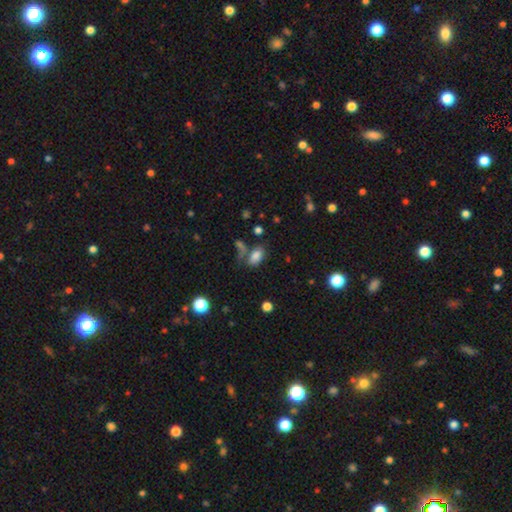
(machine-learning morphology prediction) smooth-or-featured: smooth: 81% | star or artifact: 11% | featured or disk: 8%
  how-rounded: in between: 91% | round: 6% | cigar-shaped: 3%
  merging: none: 57% | merger: 19% | minor disturbance: 16% | major disturbance: 8%